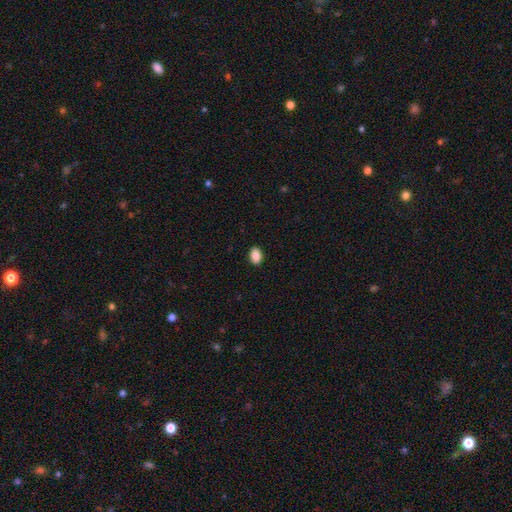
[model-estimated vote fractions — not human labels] Q: Smooth or featured?
A: smooth (89%); runner-up: star or artifact (8%)
Q: How rounded?
A: in between (84%); runner-up: round (14%)
Q: Merging?
A: none (91%); runner-up: minor disturbance (7%)